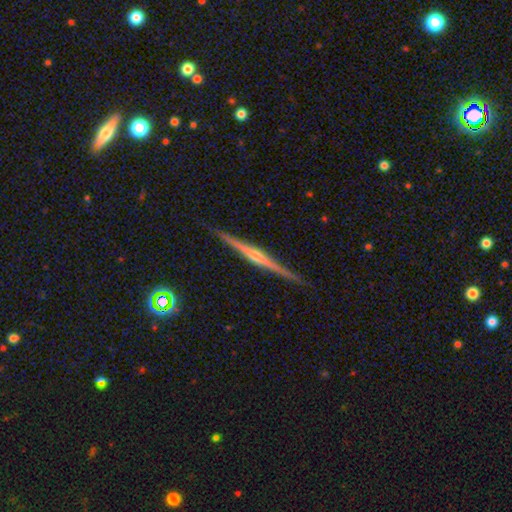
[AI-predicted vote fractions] The model was most divided on "edge-on bulge": rounded: 81%, none: 12%, boxy: 7%. More confident: edge-on disk — yes (99%); merging — none (91%); smooth or featured — featured or disk (84%).